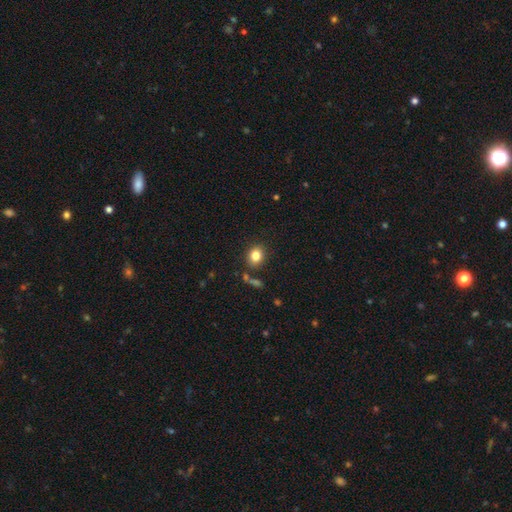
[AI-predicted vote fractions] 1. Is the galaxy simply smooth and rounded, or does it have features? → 82% smooth, 10% star or artifact, 7% featured or disk.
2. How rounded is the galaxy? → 59% round, 40% in between, 1% cigar-shaped.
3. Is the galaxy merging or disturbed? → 80% none, 10% minor disturbance, 6% merger, 4% major disturbance.